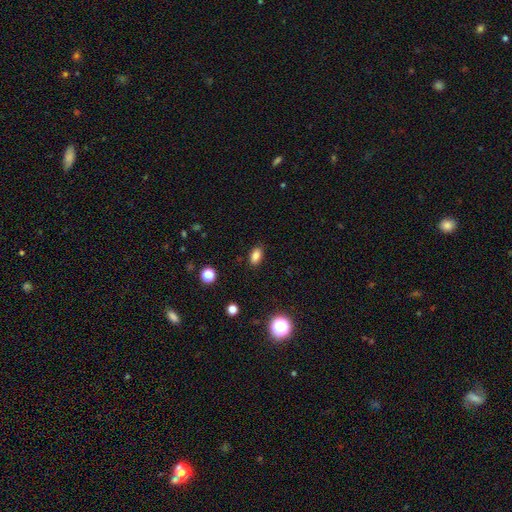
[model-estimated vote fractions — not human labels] smooth_or_featured: smooth (p=0.84) [alt: star or artifact p=0.12]
how_rounded: in between (p=0.88) [alt: round p=0.09]
merging: none (p=0.86) [alt: minor disturbance p=0.10]